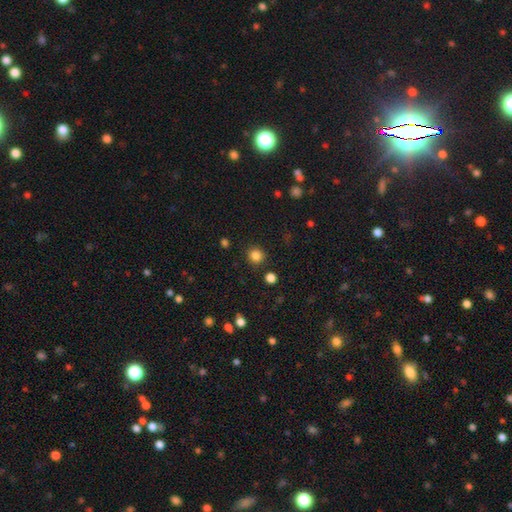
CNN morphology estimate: Smooth or featured?
  - smooth: 84% *
  - star or artifact: 12%
  - featured or disk: 4%
How rounded?
  - round: 91% *
  - in between: 8%
  - cigar-shaped: 1%
Merging?
  - none: 89% *
  - minor disturbance: 7%
  - major disturbance: 2%
  - merger: 2%